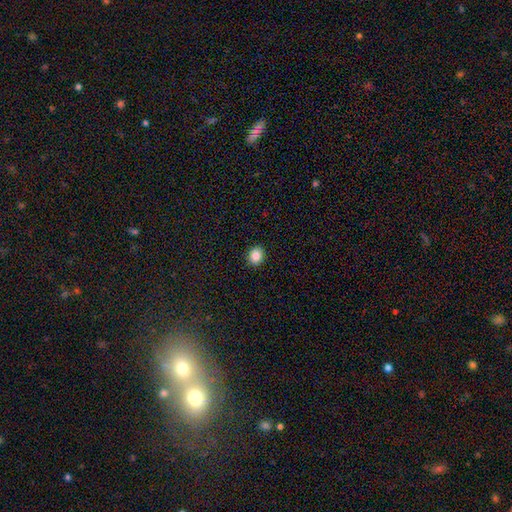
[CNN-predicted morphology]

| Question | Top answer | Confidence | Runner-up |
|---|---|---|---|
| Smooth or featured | smooth | 85% | star or artifact (10%) |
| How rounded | round | 66% | in between (33%) |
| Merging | none | 92% | minor disturbance (6%) |